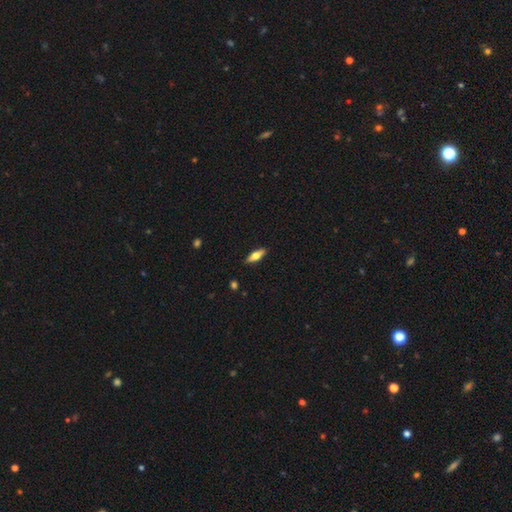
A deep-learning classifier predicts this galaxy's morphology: This appears to be a smooth galaxy with no disk features (56%) that is in between round and cigar-shaped (59%). Merging: none (89%).